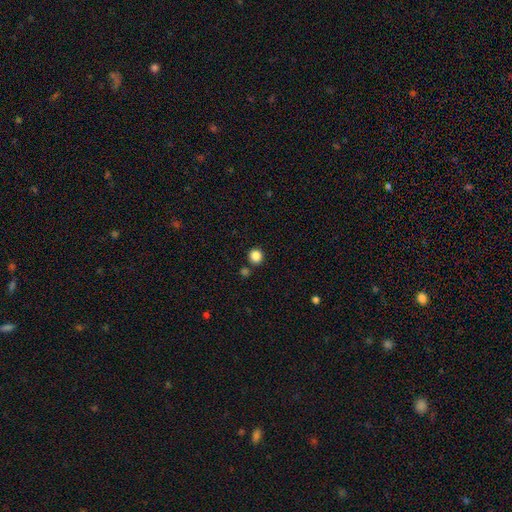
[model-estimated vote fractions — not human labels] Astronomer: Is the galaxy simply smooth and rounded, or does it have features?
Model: smooth — 86%.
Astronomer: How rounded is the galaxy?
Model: round — 89%.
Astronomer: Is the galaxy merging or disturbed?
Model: none — 83%.